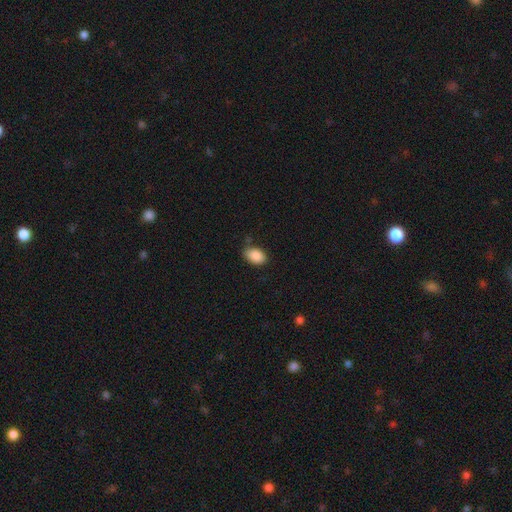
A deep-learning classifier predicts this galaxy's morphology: smooth 88%, star or artifact 7%, featured or disk 4%. Down the decision tree: how rounded — in between (88%); merging — none (72%).